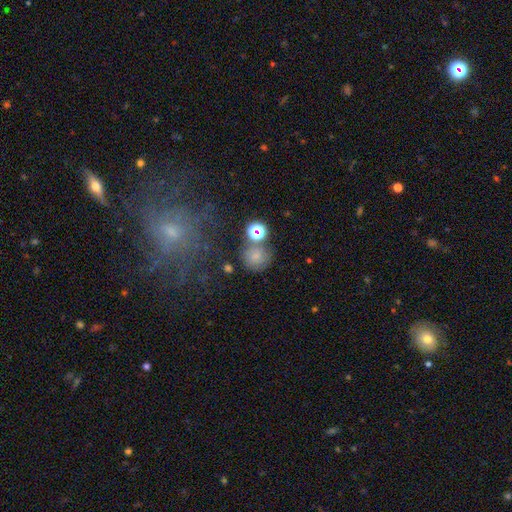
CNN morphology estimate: This is likely a smooth galaxy (66%). How rounded: clearly round (88%). Merging: likely none (66%).